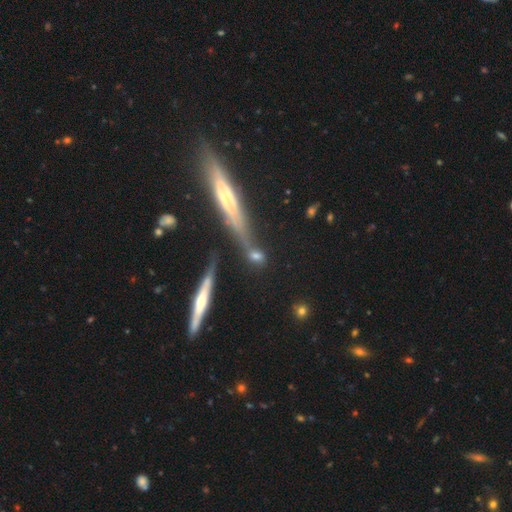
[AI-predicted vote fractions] The model was most divided on "smooth or featured": smooth: 49%, featured or disk: 33%, star or artifact: 18%. More confident: merging — none (64%).